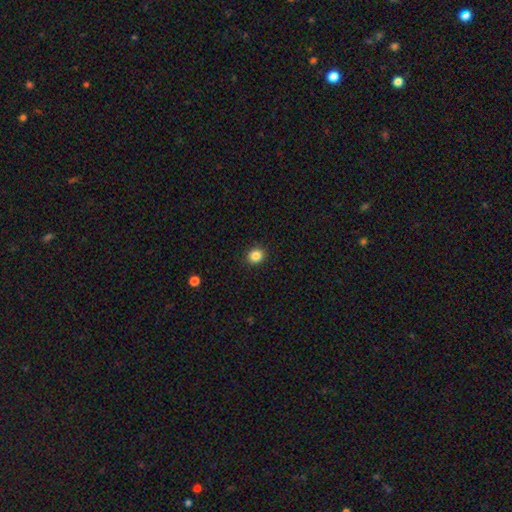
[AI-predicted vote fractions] A smooth galaxy with no disk features (85%) that is round (79%). Merging: none (91%).